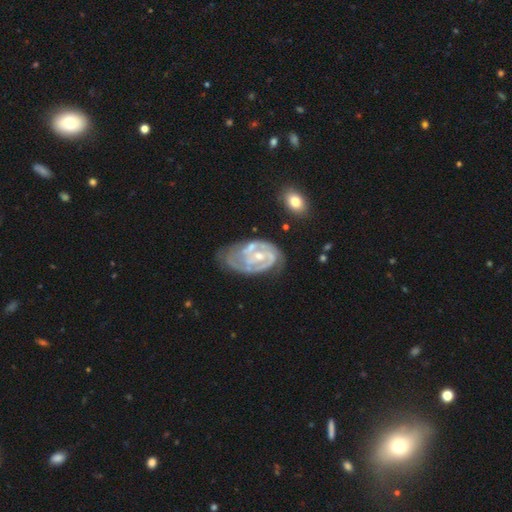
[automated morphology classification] Smooth or featured? featured or disk (84%)
Edge-on disk? no (97%)
Bar? no (53%)
Spiral arms? yes (90%)
Spiral winding? tight (59%)
Spiral arm count? 2 (46%)
Bulge size? small (58%)
Merging? none (45%)